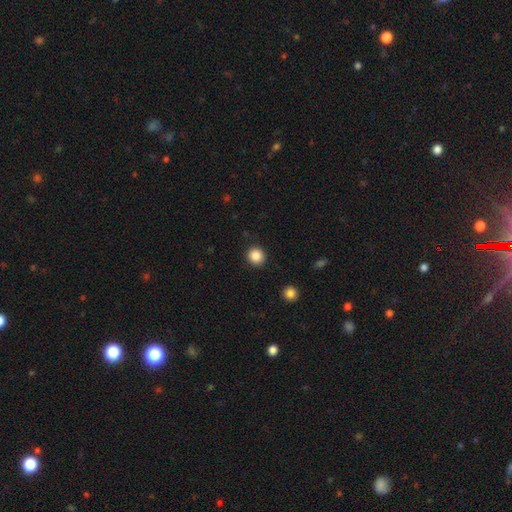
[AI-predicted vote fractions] Smooth or featured: smooth — 86% (star or artifact — 10%)
How rounded: round — 91% (in between — 9%)
Merging: none — 91% (minor disturbance — 6%)